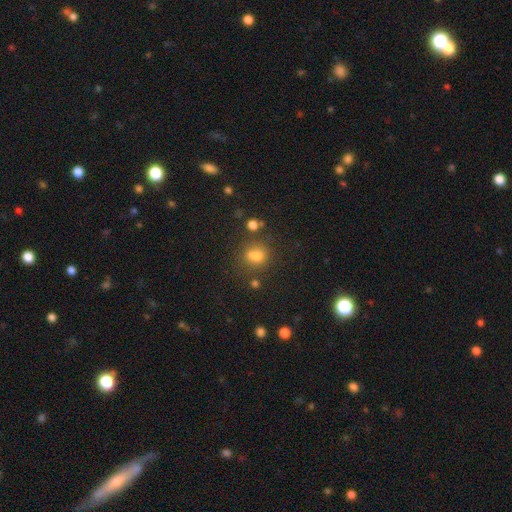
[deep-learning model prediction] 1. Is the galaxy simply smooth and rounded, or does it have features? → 70% smooth, 19% star or artifact, 11% featured or disk.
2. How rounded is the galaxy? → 65% round, 33% in between, 2% cigar-shaped.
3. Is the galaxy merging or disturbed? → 56% none, 24% merger, 14% minor disturbance, 6% major disturbance.